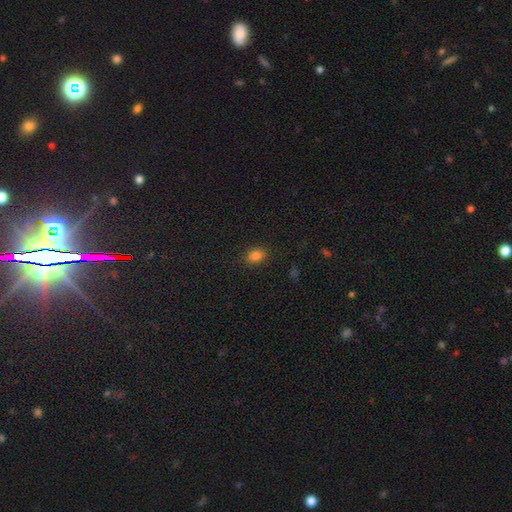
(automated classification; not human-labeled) A smooth galaxy with no disk features (82%) that is in between round and cigar-shaped (64%). Merging: none (84%).